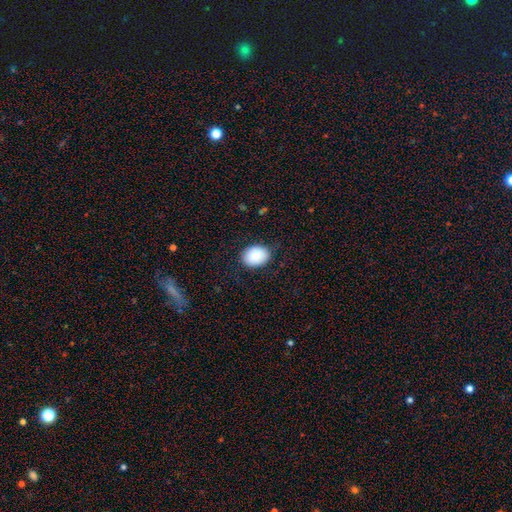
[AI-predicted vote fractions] smooth_or_featured: smooth (p=0.89) [alt: star or artifact p=0.07]
how_rounded: in between (p=0.65) [alt: round p=0.35]
merging: none (p=0.82) [alt: minor disturbance p=0.14]